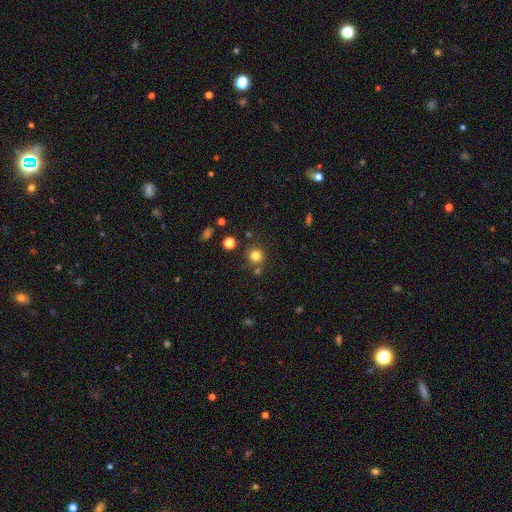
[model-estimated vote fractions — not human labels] smooth 80%, star or artifact 15%, featured or disk 6%. Down the decision tree: how rounded — round (91%); merging — none (80%).